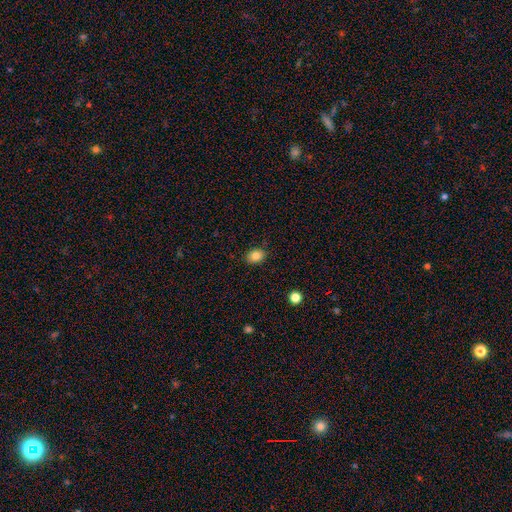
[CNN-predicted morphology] Smooth or featured? Predicted: smooth (p=0.84). How rounded? Predicted: in between (p=0.69). Merging? Predicted: none (p=0.86).